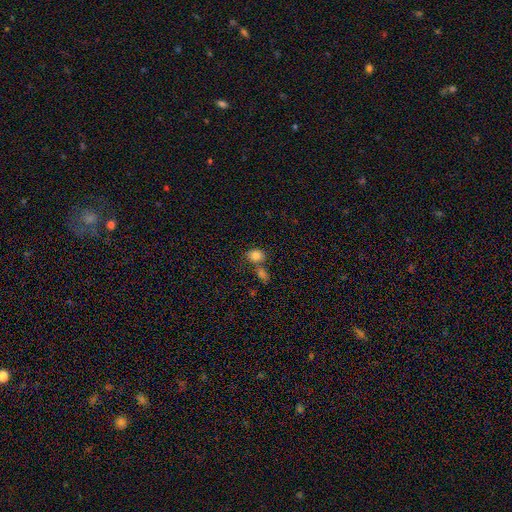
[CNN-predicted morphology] Smooth or featured?
  - smooth: 83% *
  - star or artifact: 10%
  - featured or disk: 6%
How rounded?
  - round: 53% *
  - in between: 45%
  - cigar-shaped: 1%
Merging?
  - none: 48% *
  - merger: 34%
  - minor disturbance: 12%
  - major disturbance: 5%